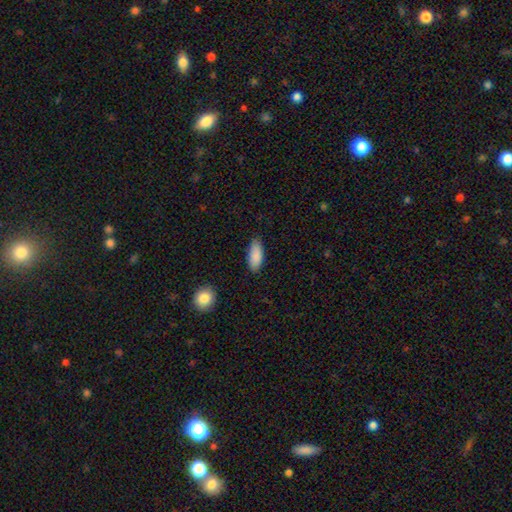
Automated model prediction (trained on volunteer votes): This appears to be a smooth galaxy with no disk features (89%) that is in between round and cigar-shaped (84%). Merging: none (82%).